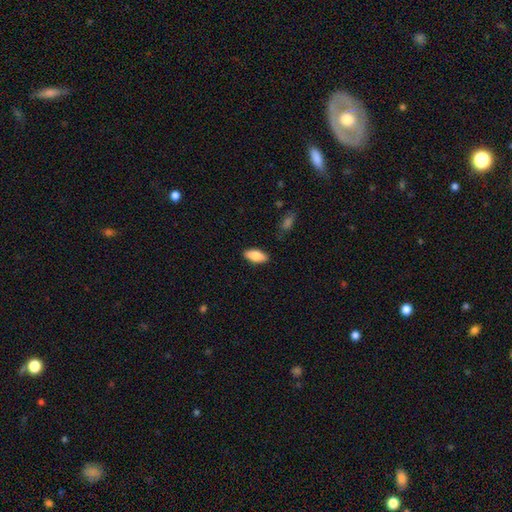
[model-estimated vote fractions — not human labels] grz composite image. It shows a smooth galaxy with no disk features (80%) that is in between round and cigar-shaped (86%). Merging: none (88%).